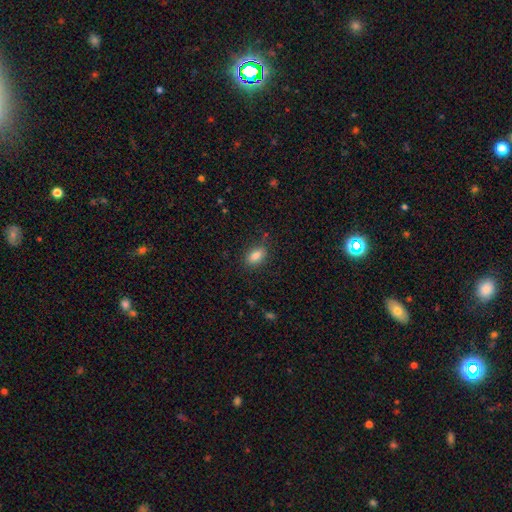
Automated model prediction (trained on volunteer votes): Overall: smooth (86%). How rounded: in between (87%). Merging: none (81%).